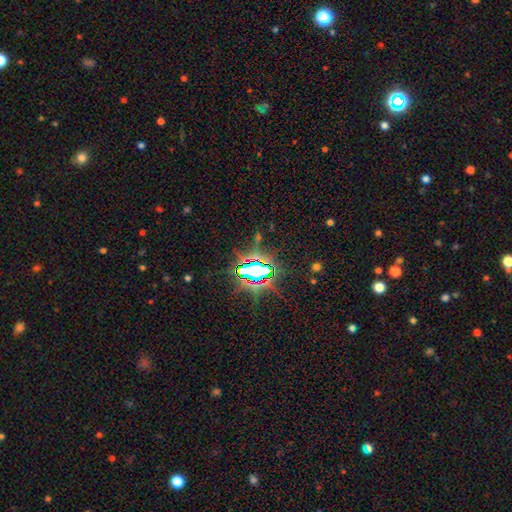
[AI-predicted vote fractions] Smooth or featured? star or artifact (83%)